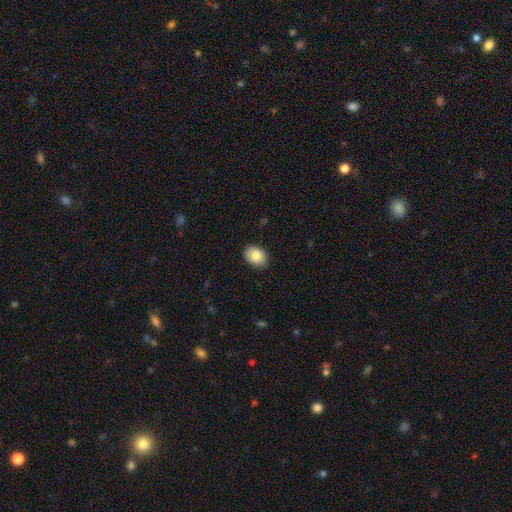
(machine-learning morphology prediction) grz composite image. It shows a smooth galaxy with no disk features (84%) that is in between round and cigar-shaped (72%). Merging: none (89%).